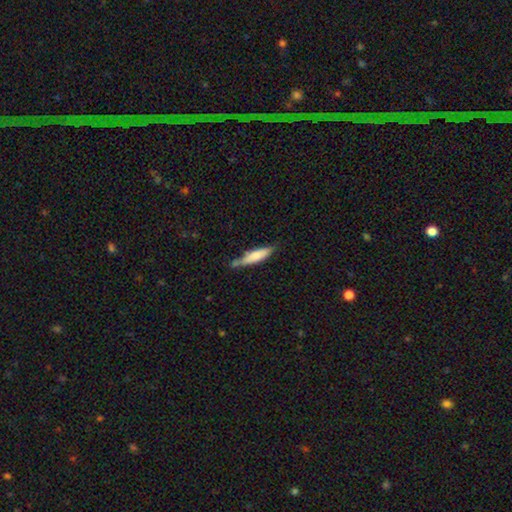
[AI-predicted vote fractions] This is likely a smooth galaxy (68%). How rounded: likely cigar-shaped (75%). Merging: possibly none (58%).